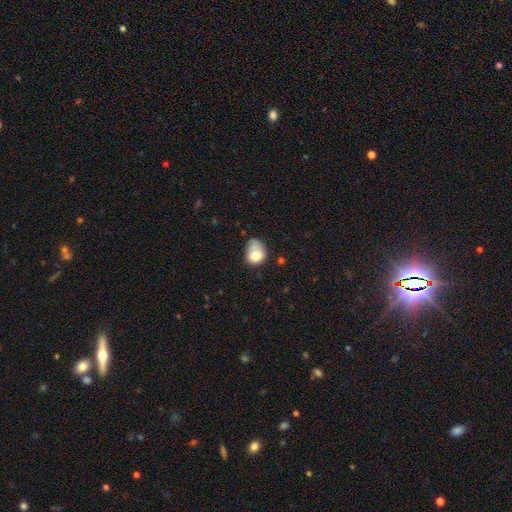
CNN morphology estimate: Overall: smooth (75%). How rounded: round (50%; in between 49%). Merging: minor disturbance (35%; none 30%).